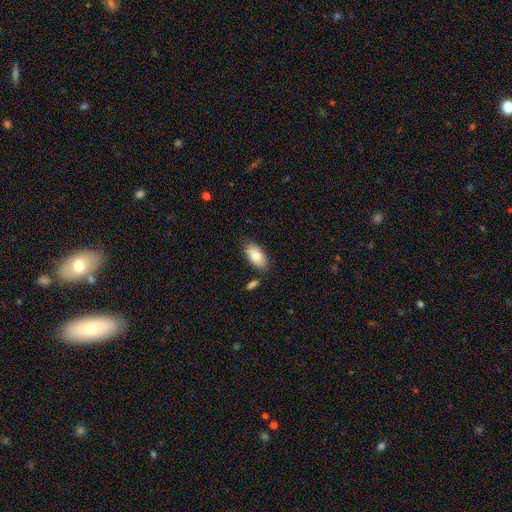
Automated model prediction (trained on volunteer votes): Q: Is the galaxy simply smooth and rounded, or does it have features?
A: smooth — 80%.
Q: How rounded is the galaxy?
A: in between — 93%.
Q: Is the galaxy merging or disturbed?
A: none — 81%.